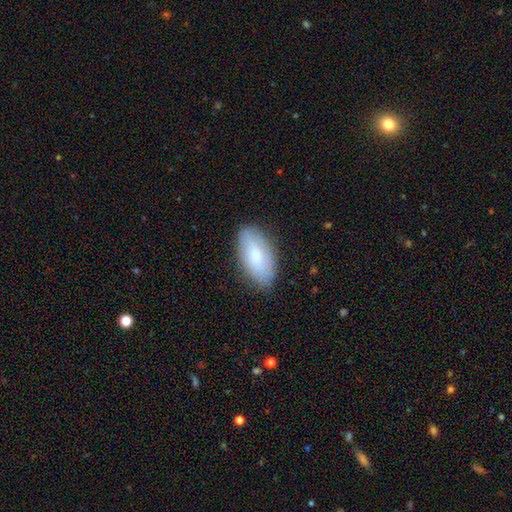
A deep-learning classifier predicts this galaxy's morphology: smooth-or-featured: smooth: 76% | featured or disk: 18% | star or artifact: 6%
  how-rounded: in between: 93% | cigar-shaped: 4% | round: 2%
  merging: none: 84% | minor disturbance: 12% | major disturbance: 2% | merger: 1%